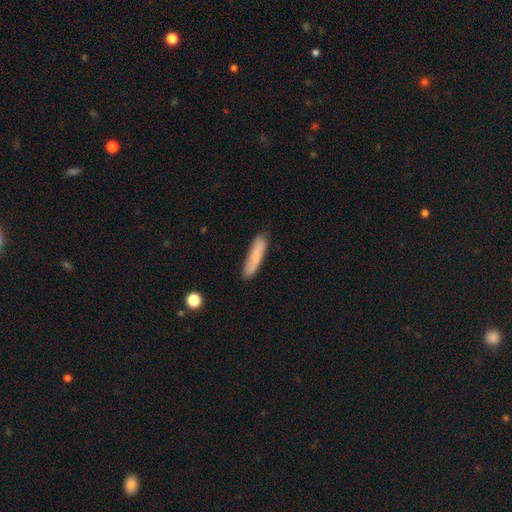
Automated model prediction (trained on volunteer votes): Morphology: type=smooth (75%); roundness=cigar-shaped (81%); merging=none (80%).